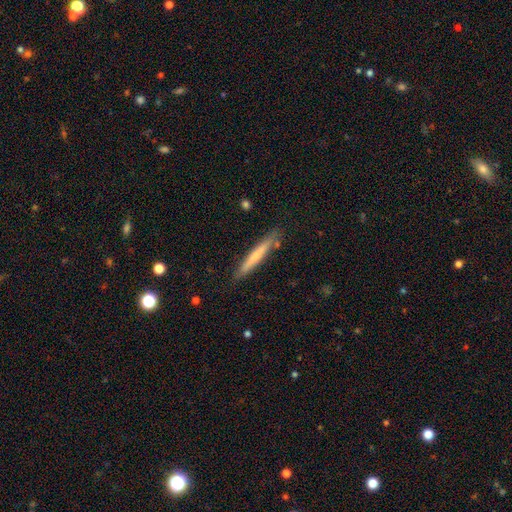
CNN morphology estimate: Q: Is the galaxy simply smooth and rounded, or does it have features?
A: smooth — 55%.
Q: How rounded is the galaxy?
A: cigar-shaped — 95%.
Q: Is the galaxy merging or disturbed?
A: none — 85%.